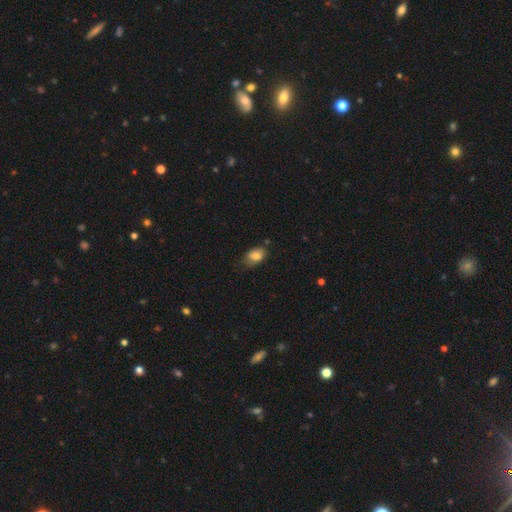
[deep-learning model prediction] smooth-or-featured: smooth: 82% | featured or disk: 9% | star or artifact: 8%
  how-rounded: in between: 85% | round: 13% | cigar-shaped: 2%
  merging: none: 61% | minor disturbance: 30% | major disturbance: 7% | merger: 3%